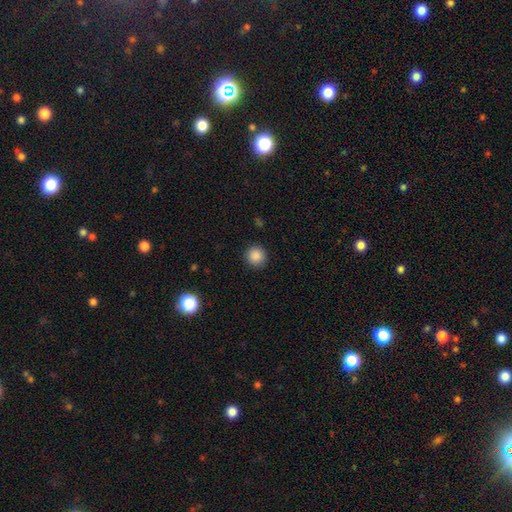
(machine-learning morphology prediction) Q: Smooth or featured?
A: smooth (87%); runner-up: star or artifact (10%)
Q: How rounded?
A: round (94%); runner-up: in between (5%)
Q: Merging?
A: none (91%); runner-up: minor disturbance (6%)